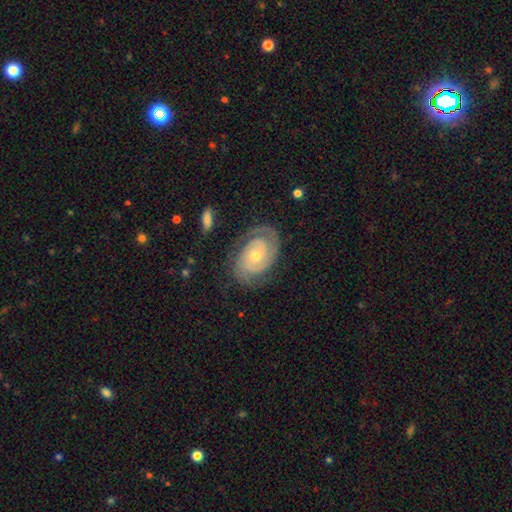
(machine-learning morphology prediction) Smooth or featured?
  - featured or disk: 87% *
  - smooth: 7%
  - star or artifact: 5%
Edge-on disk?
  - no: 97% *
  - yes: 3%
Bar?
  - no: 76% *
  - weak: 18%
  - strong: 6%
Spiral arms?
  - yes: 96% *
  - no: 4%
Spiral winding?
  - tight: 74% *
  - medium: 21%
  - loose: 5%
Spiral arm count?
  - 2: 77% *
  - can't tell: 10%
  - 3: 5%
  - 1: 4%
  - 4: 2%
  - more than 4: 2%
Bulge size?
  - small: 61% *
  - moderate: 35%
  - large: 2%
  - none: 1%
  - dominant: 1%
Merging?
  - none: 79% *
  - minor disturbance: 13%
  - major disturbance: 6%
  - merger: 1%